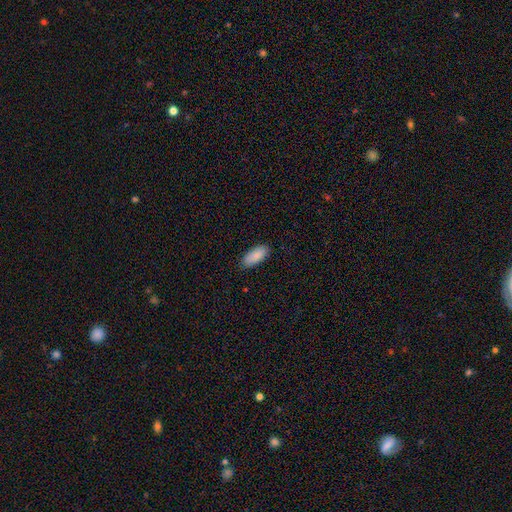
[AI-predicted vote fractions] Smooth or featured?
  - smooth: 88% *
  - star or artifact: 6%
  - featured or disk: 6%
How rounded?
  - in between: 88% *
  - cigar-shaped: 10%
  - round: 2%
Merging?
  - none: 85% *
  - minor disturbance: 12%
  - major disturbance: 2%
  - merger: 1%